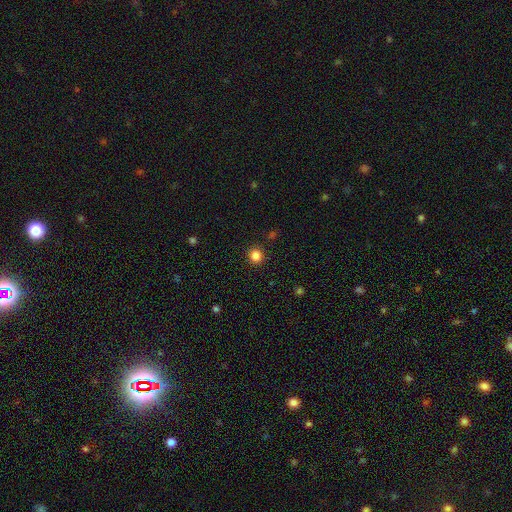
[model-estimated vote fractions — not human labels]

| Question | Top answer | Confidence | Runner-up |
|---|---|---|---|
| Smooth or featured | smooth | 84% | star or artifact (12%) |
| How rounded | round | 89% | in between (10%) |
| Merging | none | 91% | minor disturbance (5%) |